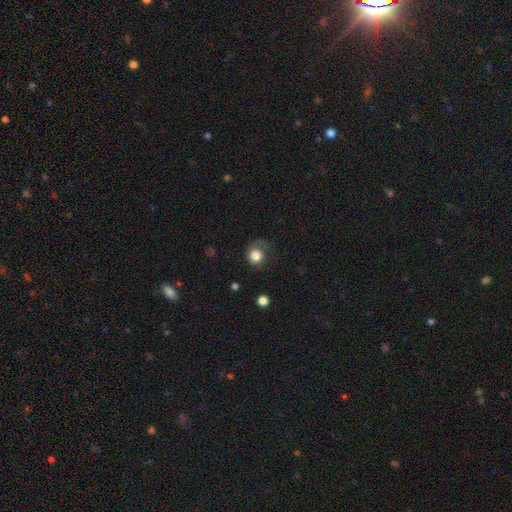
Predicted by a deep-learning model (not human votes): A smooth galaxy with no disk features (78%) that is round (82%).

Vote fractions:
- Smooth or featured? smooth: 78% / featured or disk: 13% / star or artifact: 9%
- How rounded? round: 82% / in between: 17% / cigar-shaped: 1%
- Merging? none: 46% / major disturbance: 29% / minor disturbance: 23% / merger: 2%